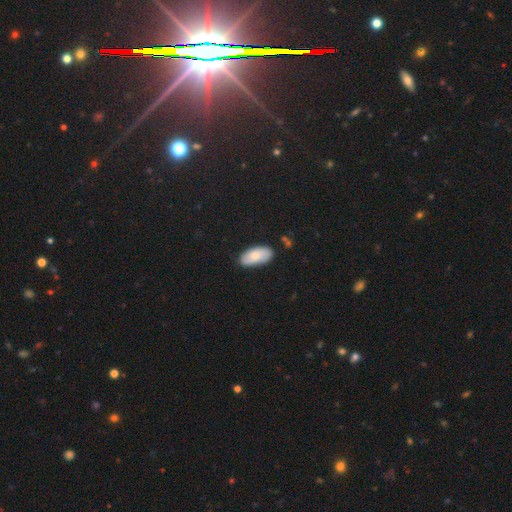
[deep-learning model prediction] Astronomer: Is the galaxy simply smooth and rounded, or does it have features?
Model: smooth — 75%.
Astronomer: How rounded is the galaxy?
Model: in between — 93%.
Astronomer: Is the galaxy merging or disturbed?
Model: none — 78%.